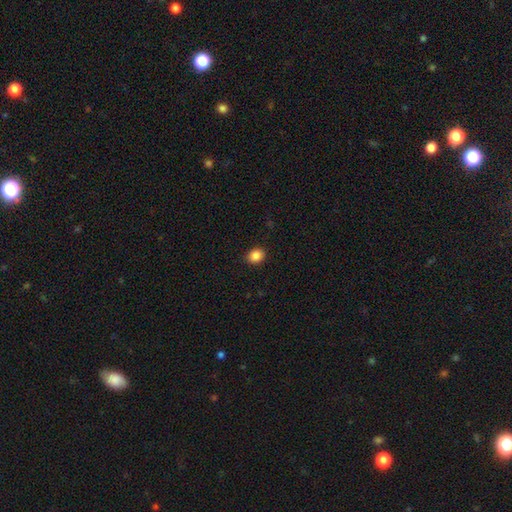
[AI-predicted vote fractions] A smooth galaxy with no disk features (87%) that is round (60%).

Vote fractions:
- Smooth or featured? smooth: 87% / star or artifact: 10% / featured or disk: 4%
- How rounded? round: 60% / in between: 39% / cigar-shaped: 1%
- Merging? none: 91% / minor disturbance: 7% / major disturbance: 2% / merger: 1%